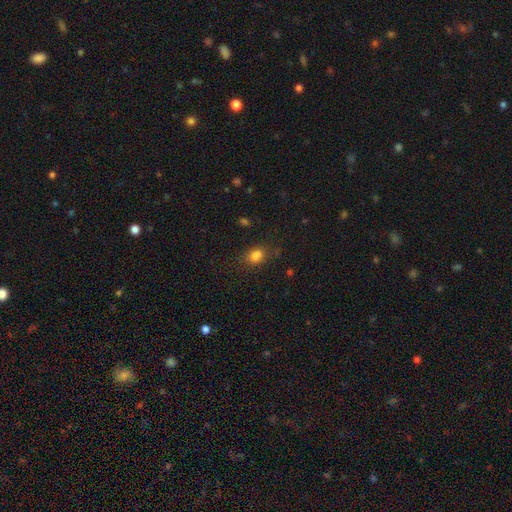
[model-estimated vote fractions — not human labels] A smooth galaxy with no disk features (81%) that is in between round and cigar-shaped (66%). Merging: none (74%).